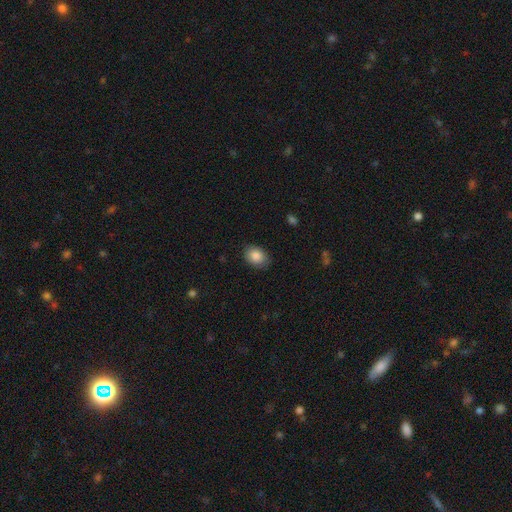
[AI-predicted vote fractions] Overall: smooth (87%). How rounded: in between (72%). Merging: none (84%).